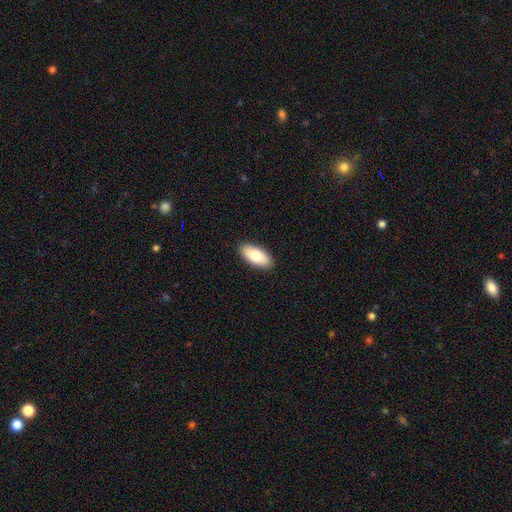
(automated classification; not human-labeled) A smooth galaxy with no disk features (80%) that is in between round and cigar-shaped (89%). Merging: none (90%).